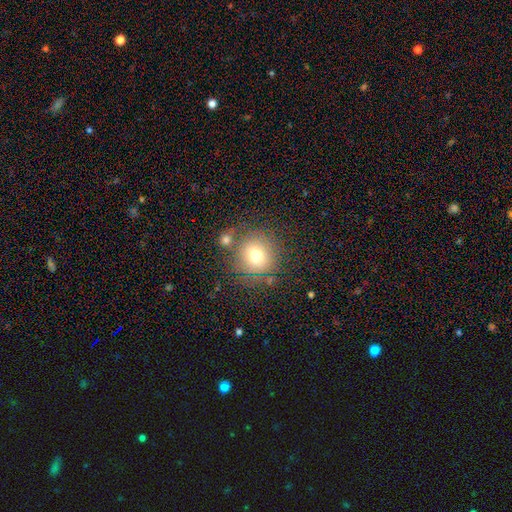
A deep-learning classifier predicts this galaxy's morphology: This appears to be a smooth galaxy with no disk features (73%) that is round (89%). Merging: none (70%).